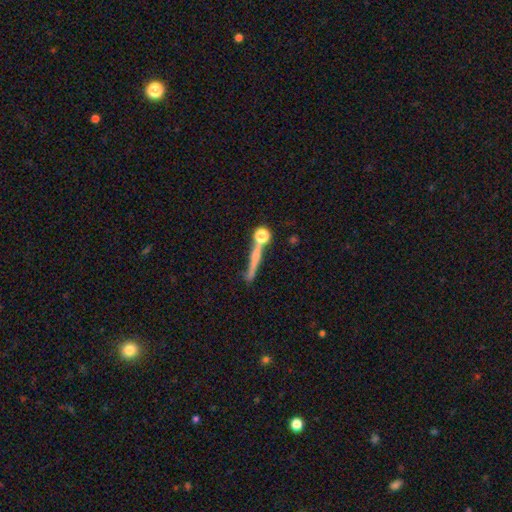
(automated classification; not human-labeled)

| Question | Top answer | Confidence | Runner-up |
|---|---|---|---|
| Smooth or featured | smooth | 46% | featured or disk (40%) |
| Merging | none | 63% | merger (16%) |